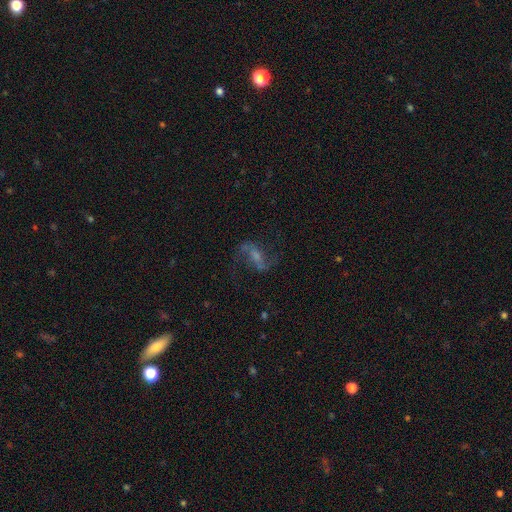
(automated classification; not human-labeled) Overall: featured or disk (78%). Edge-on disk: no (96%). Bar: weak (46%; strong 33%). Spiral arms: yes (93%). Spiral arm count: 2 (92%). Spiral winding: loose (70%). Bulge size: small (34%; moderate 32%). Merging: none (73%).